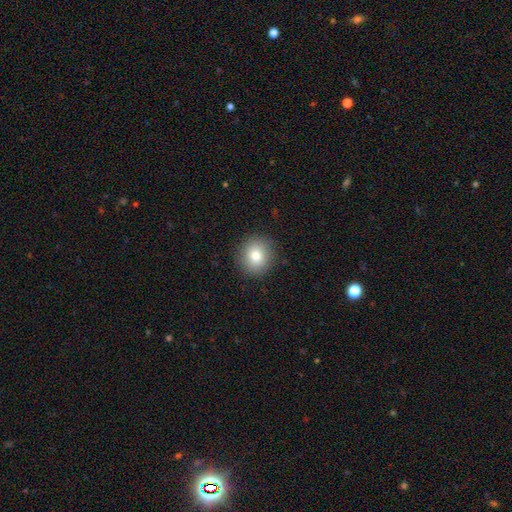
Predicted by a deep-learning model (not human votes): This is clearly a smooth galaxy (81%). How rounded: clearly round (82%). Merging: clearly none (89%).